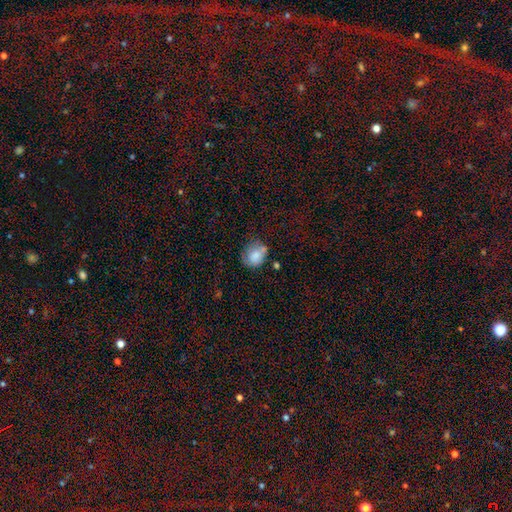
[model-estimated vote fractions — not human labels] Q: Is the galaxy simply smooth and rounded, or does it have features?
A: smooth — 77%.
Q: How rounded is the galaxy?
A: round — 55%.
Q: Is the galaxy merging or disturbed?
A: none — 48%.